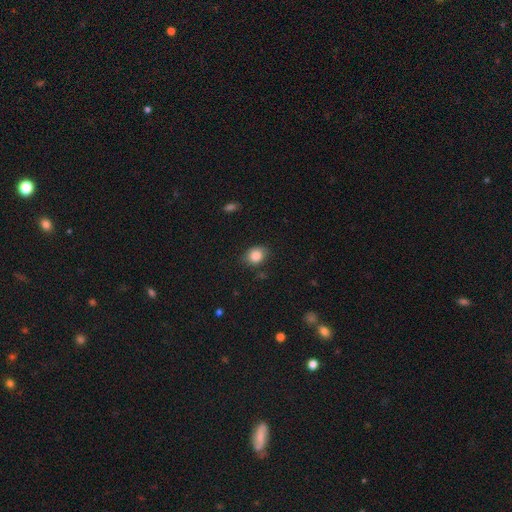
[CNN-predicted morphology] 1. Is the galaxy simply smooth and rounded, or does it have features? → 85% smooth, 9% star or artifact, 6% featured or disk.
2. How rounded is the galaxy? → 50% in between, 49% round, 1% cigar-shaped.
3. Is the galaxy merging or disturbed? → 78% none, 17% minor disturbance, 4% major disturbance, 2% merger.